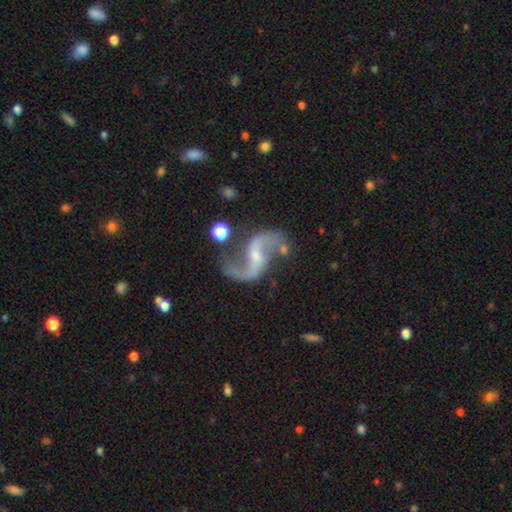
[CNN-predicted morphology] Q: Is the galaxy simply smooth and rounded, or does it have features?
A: featured or disk — 92%.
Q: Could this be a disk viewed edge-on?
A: no — 98%.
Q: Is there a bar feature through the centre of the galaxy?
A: weak — 40%.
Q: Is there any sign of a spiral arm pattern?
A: yes — 98%.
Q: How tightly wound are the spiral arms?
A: loose — 73%.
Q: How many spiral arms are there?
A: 2 — 94%.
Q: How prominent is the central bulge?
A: small — 64%.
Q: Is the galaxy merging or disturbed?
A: none — 75%.